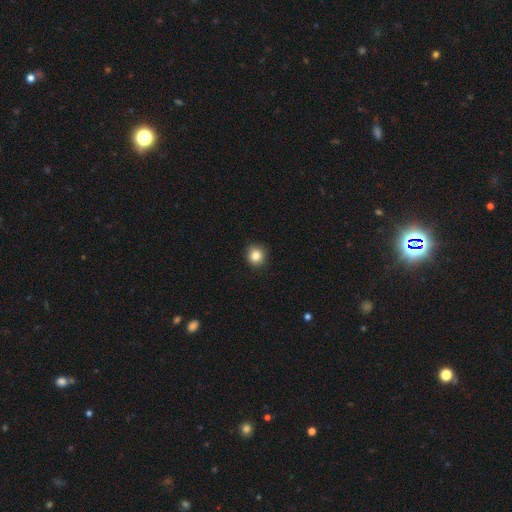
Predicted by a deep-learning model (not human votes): The model was most divided on "smooth or featured": smooth: 84%, star or artifact: 11%, featured or disk: 5%. More confident: how rounded — round (91%); merging — none (90%).